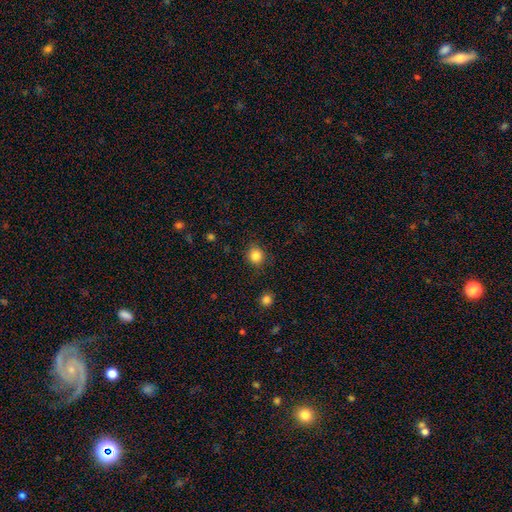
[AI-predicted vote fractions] A smooth galaxy with no disk features (85%) that is round (86%).

Vote fractions:
- Smooth or featured? smooth: 85% / star or artifact: 11% / featured or disk: 5%
- How rounded? round: 86% / in between: 14% / cigar-shaped: 1%
- Merging? none: 88% / minor disturbance: 8% / major disturbance: 2% / merger: 1%